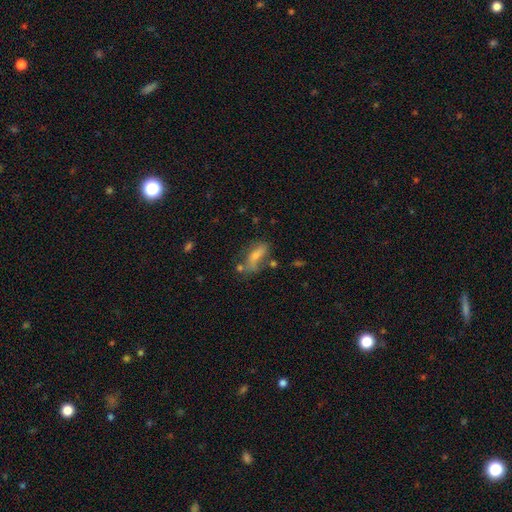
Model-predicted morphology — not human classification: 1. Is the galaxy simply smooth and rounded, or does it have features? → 59% smooth, 30% featured or disk, 10% star or artifact.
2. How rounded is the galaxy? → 67% in between, 29% cigar-shaped, 4% round.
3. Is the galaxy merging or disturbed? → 42% none, 24% minor disturbance, 18% major disturbance, 16% merger.